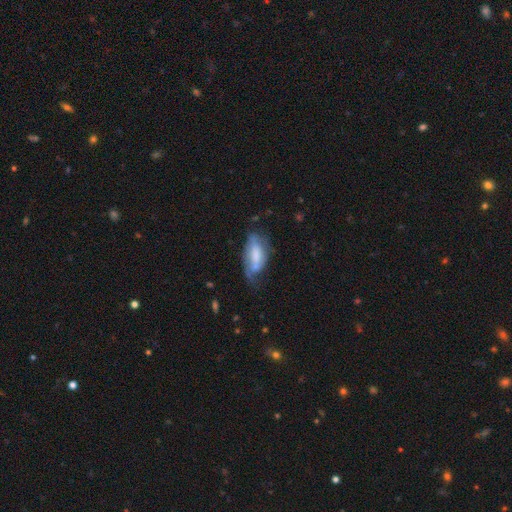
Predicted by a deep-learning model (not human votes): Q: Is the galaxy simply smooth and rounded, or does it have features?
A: smooth — 49%.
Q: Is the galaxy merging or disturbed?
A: none — 35%, tied with minor disturbance.